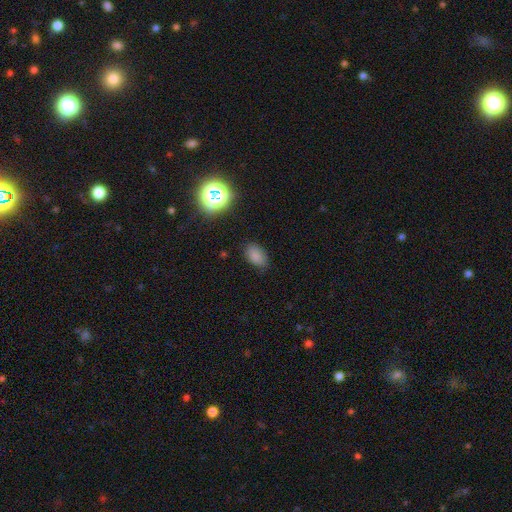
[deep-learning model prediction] Smooth or featured: smooth — 80% (star or artifact — 15%)
How rounded: in between — 89% (round — 9%)
Merging: none — 79% (minor disturbance — 16%)